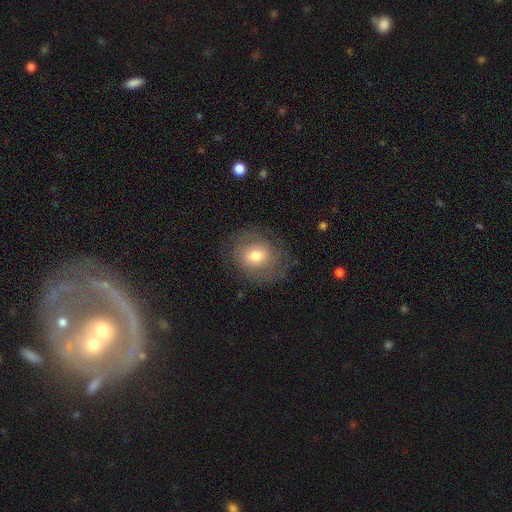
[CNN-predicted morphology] Smooth or featured?
  - smooth: 61% *
  - featured or disk: 30%
  - star or artifact: 9%
How rounded?
  - round: 59% *
  - in between: 40%
  - cigar-shaped: 1%
Merging?
  - none: 75% *
  - minor disturbance: 15%
  - major disturbance: 8%
  - merger: 1%